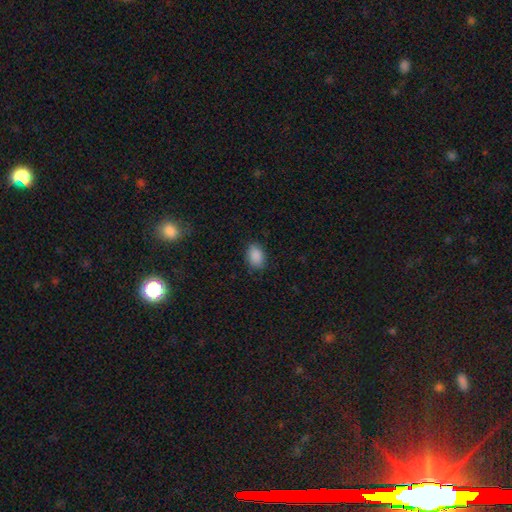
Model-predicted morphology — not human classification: Q: Smooth or featured?
A: smooth (89%); runner-up: star or artifact (8%)
Q: How rounded?
A: in between (80%); runner-up: round (19%)
Q: Merging?
A: none (83%); runner-up: minor disturbance (13%)